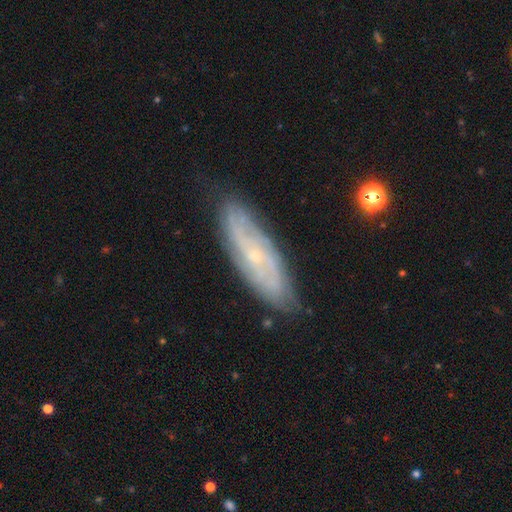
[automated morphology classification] The model was most divided on "spiral winding": tight: 52%, medium: 35%, loose: 14%. Remaining: spiral arms — yes (86%); edge-on disk — no (81%); bulge size — small (80%); merging — none (80%); smooth or featured — featured or disk (73%); bar — no (68%); spiral arm count — can't tell (49%).